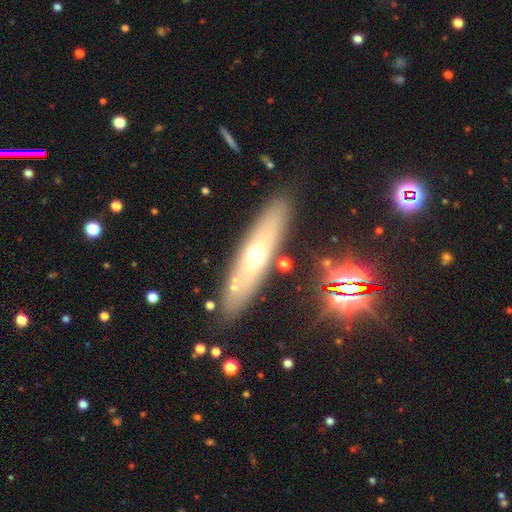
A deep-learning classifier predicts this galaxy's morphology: Q: Smooth or featured?
A: smooth (51%); runner-up: featured or disk (40%)
Q: How rounded?
A: cigar-shaped (68%); runner-up: in between (30%)
Q: Merging?
A: none (84%); runner-up: minor disturbance (9%)